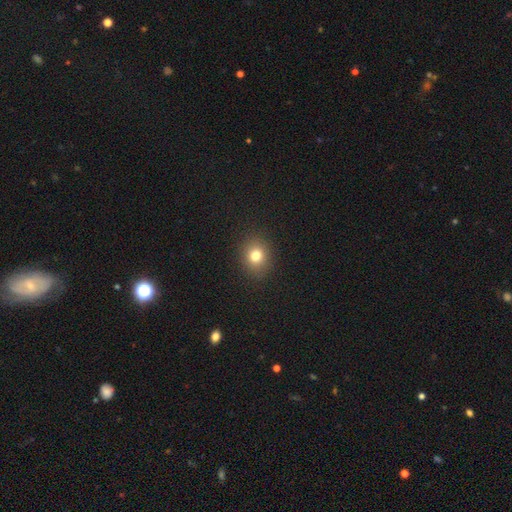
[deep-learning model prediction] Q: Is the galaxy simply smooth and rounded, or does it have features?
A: smooth — 78%.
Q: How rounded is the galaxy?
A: round — 70%.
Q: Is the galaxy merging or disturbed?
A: none — 90%.